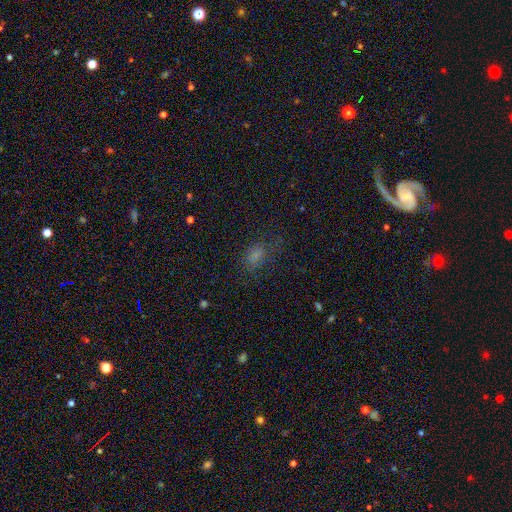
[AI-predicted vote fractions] Smooth or featured?
  - smooth: 68% *
  - star or artifact: 20%
  - featured or disk: 12%
How rounded?
  - in between: 81% *
  - round: 16%
  - cigar-shaped: 4%
Merging?
  - none: 62% *
  - minor disturbance: 21%
  - major disturbance: 15%
  - merger: 2%